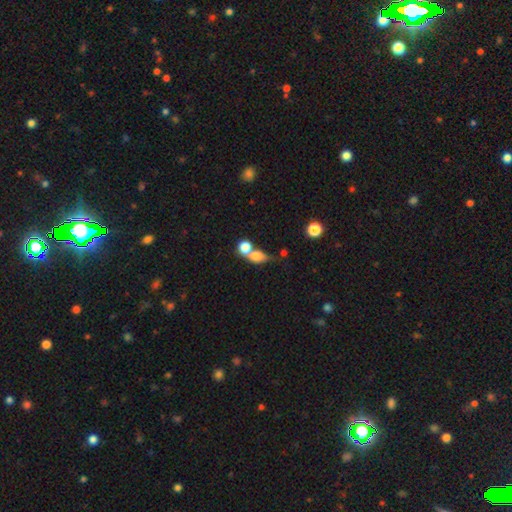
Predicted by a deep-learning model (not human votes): Morphology: type=smooth (75%); roundness=in between (57%); merging=merger (58%).